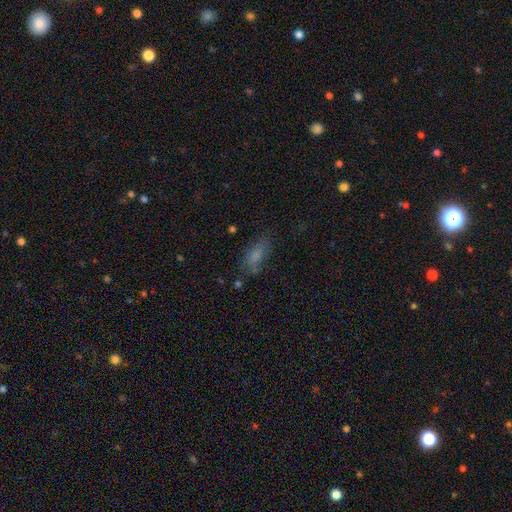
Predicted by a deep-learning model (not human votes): A smooth galaxy with no disk features (71%) that is in between round and cigar-shaped (71%). Merging: none (59%).